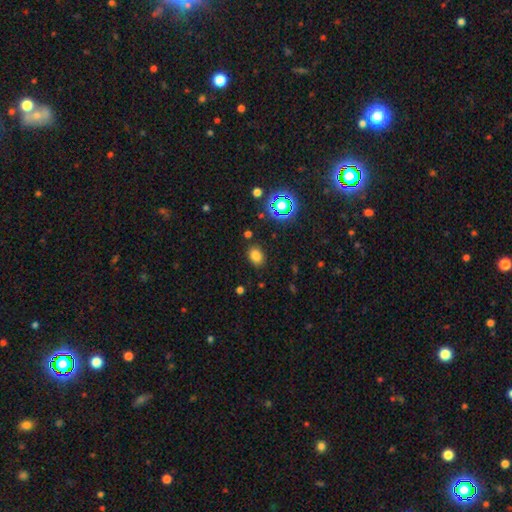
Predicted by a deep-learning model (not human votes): Smooth or featured?
  - smooth: 77% *
  - star or artifact: 17%
  - featured or disk: 6%
How rounded?
  - in between: 66% *
  - round: 33%
  - cigar-shaped: 1%
Merging?
  - none: 85% *
  - minor disturbance: 10%
  - major disturbance: 3%
  - merger: 2%